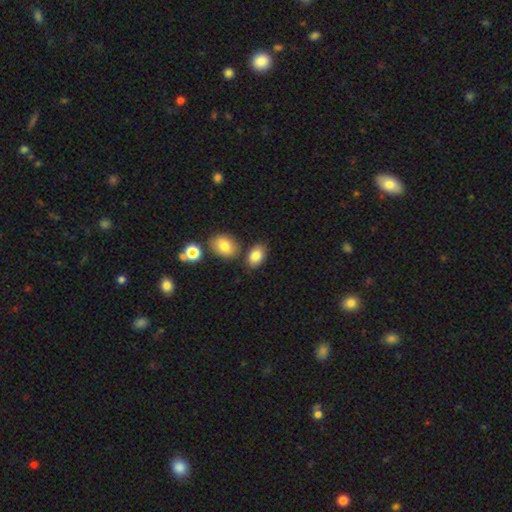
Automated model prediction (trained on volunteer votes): This is clearly a smooth galaxy (84%). How rounded: clearly in between (86%). Merging: likely none (74%).